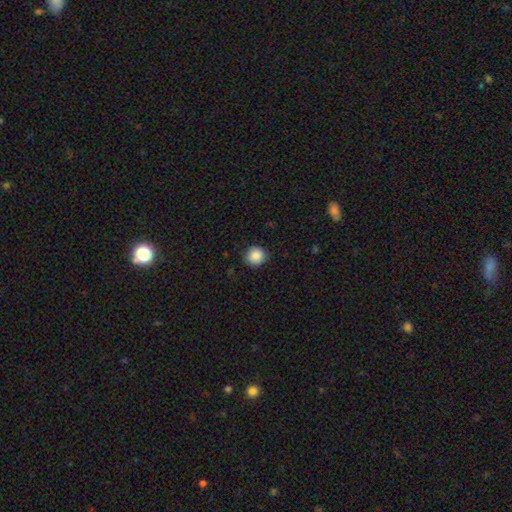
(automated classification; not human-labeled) smooth 86%, star or artifact 9%, featured or disk 5%. Down the decision tree: how rounded — round (90%); merging — none (88%).